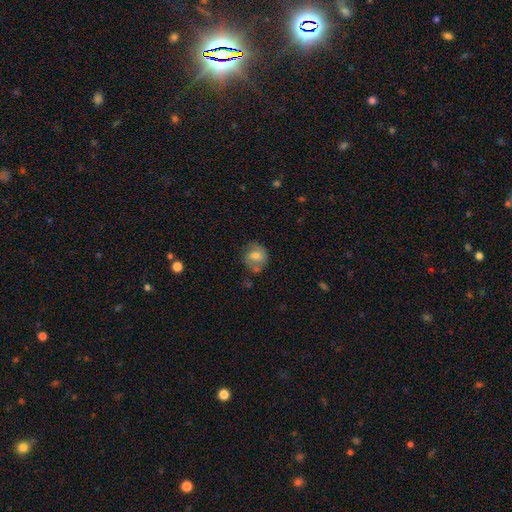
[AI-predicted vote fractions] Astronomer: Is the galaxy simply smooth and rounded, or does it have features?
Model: smooth — 50% (runner-up: featured or disk, 41%).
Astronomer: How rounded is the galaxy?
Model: round — 66%.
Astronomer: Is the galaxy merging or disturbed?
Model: none — 60%.